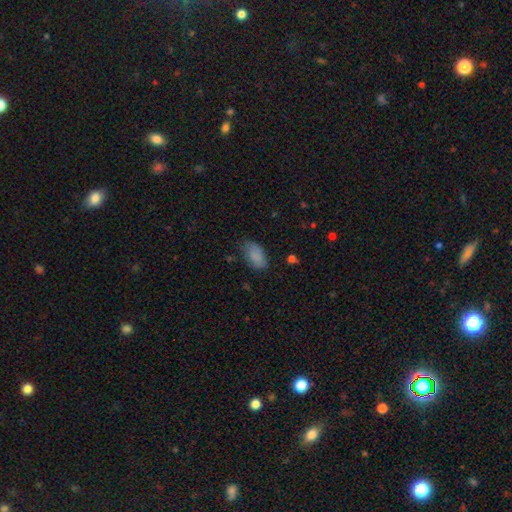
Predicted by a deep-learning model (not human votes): This is clearly a smooth galaxy (85%). How rounded: clearly in between (93%). Merging: likely none (64%).